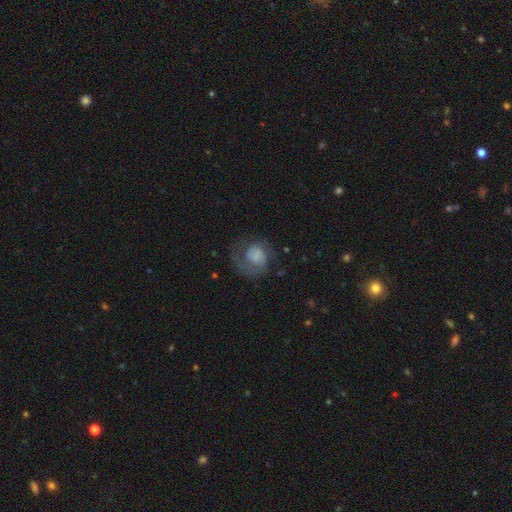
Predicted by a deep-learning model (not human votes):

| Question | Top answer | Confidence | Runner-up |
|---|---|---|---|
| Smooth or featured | featured or disk | 57% | smooth (35%) |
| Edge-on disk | no | 98% | yes (2%) |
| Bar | no | 72% | weak (24%) |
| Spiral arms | yes | 81% | no (19%) |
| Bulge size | none | 46% | large (18%) |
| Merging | none | 49% | major disturbance (30%) |